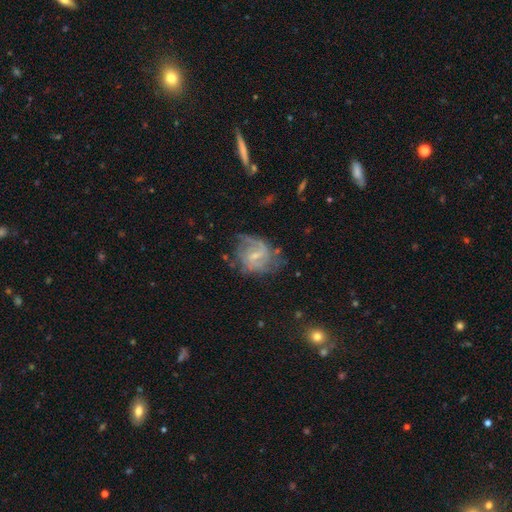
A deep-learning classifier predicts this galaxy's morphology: type=featured or disk (81%); edge-on=no (98%); bar=weak (61%); spiral arms=yes (92%); winding=medium (45%); arm count=2 (53%); bulge=small (63%); merging=none (58%).